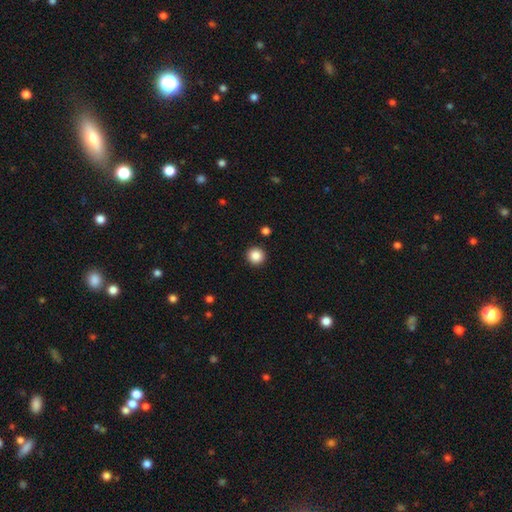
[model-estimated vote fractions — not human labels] Smooth or featured: smooth — 87% (star or artifact — 10%)
How rounded: round — 96% (in between — 3%)
Merging: none — 93% (minor disturbance — 4%)